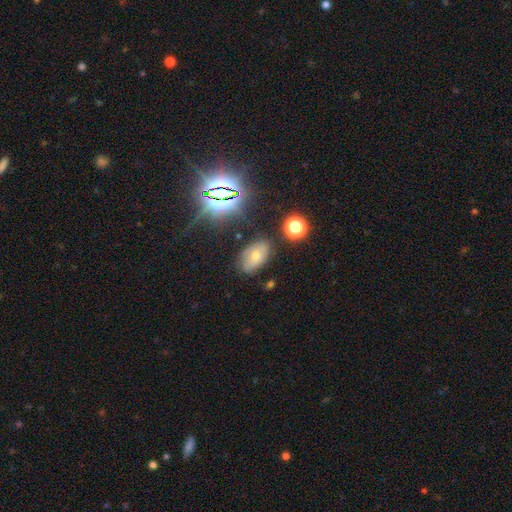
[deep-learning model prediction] Morphology: type=smooth (57%); roundness=in between (90%); merging=none (72%).